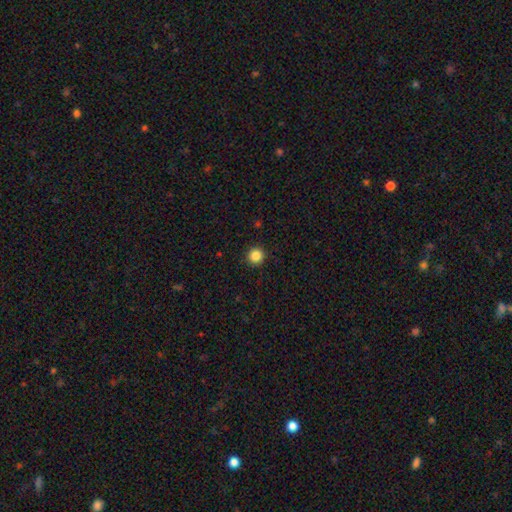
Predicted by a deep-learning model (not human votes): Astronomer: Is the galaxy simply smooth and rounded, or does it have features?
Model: smooth — 86%.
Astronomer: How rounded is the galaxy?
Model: round — 96%.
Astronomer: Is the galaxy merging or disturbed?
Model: none — 93%.